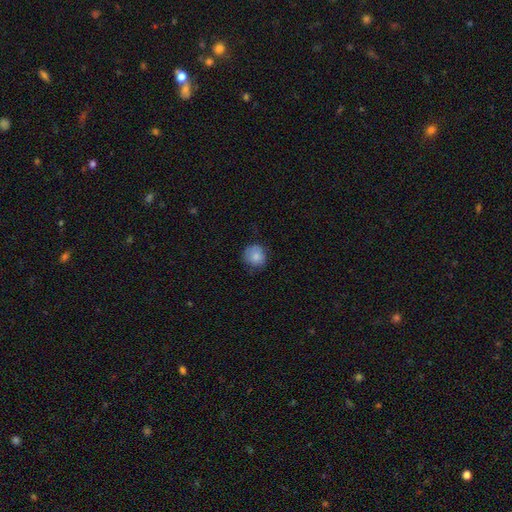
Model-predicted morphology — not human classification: Smooth or featured?
  - smooth: 82% *
  - featured or disk: 9%
  - star or artifact: 9%
How rounded?
  - round: 85% *
  - in between: 14%
  - cigar-shaped: 1%
Merging?
  - none: 70% *
  - minor disturbance: 23%
  - major disturbance: 5%
  - merger: 1%